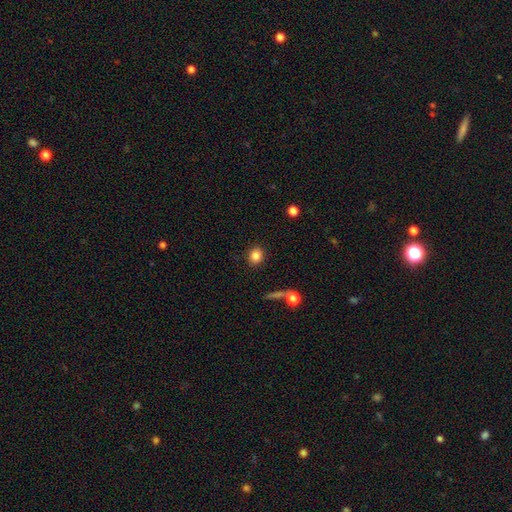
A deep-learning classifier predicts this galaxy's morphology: A smooth galaxy with no disk features (84%) that is round (63%). Merging: none (88%).